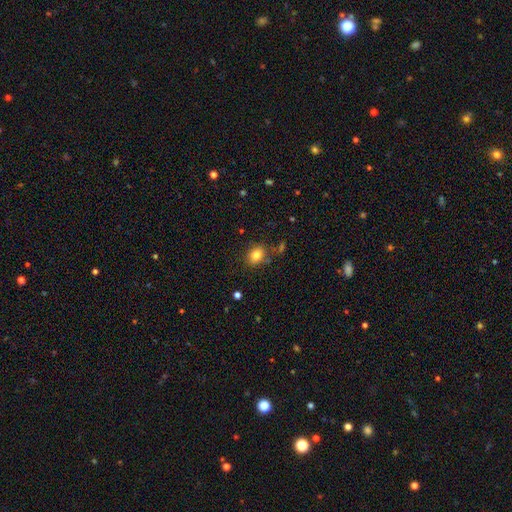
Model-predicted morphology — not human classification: This appears to be a smooth galaxy with no disk features (81%) that is round (52%). Merging: none (80%).